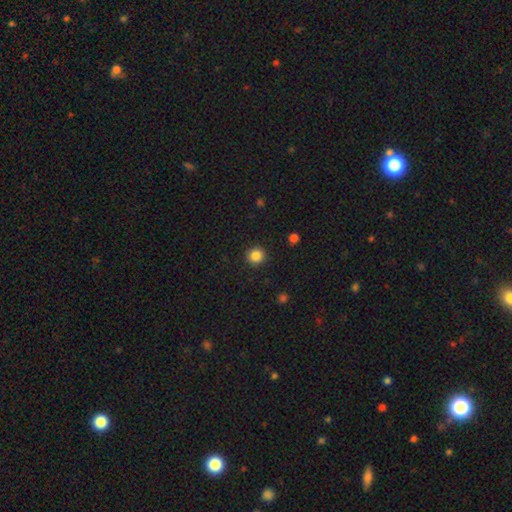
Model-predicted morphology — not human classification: A smooth galaxy with no disk features (86%) that is round (93%).

Vote fractions:
- Smooth or featured? smooth: 86% / star or artifact: 10% / featured or disk: 4%
- How rounded? round: 93% / in between: 6% / cigar-shaped: 1%
- Merging? none: 92% / minor disturbance: 5% / major disturbance: 2% / merger: 1%